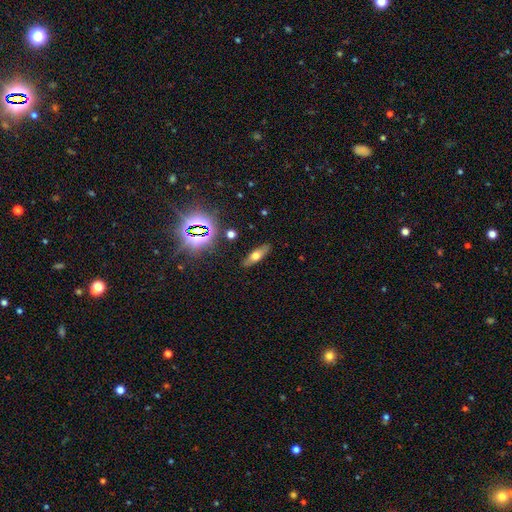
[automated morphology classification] smooth 54%, featured or disk 31%, star or artifact 15%. Down the decision tree: how rounded — in between (52%); merging — none (87%).